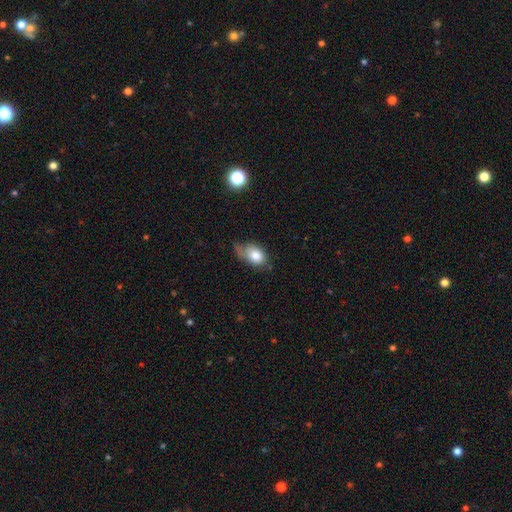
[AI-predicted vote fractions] Smooth or featured?
  - smooth: 76% *
  - featured or disk: 16%
  - star or artifact: 8%
How rounded?
  - in between: 78% *
  - round: 20%
  - cigar-shaped: 2%
Merging?
  - minor disturbance: 39% *
  - none: 34%
  - major disturbance: 23%
  - merger: 4%